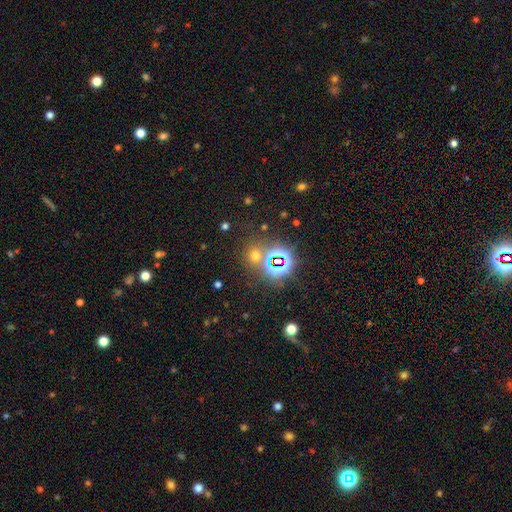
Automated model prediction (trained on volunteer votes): star or artifact 48%, smooth 45%, featured or disk 7%.